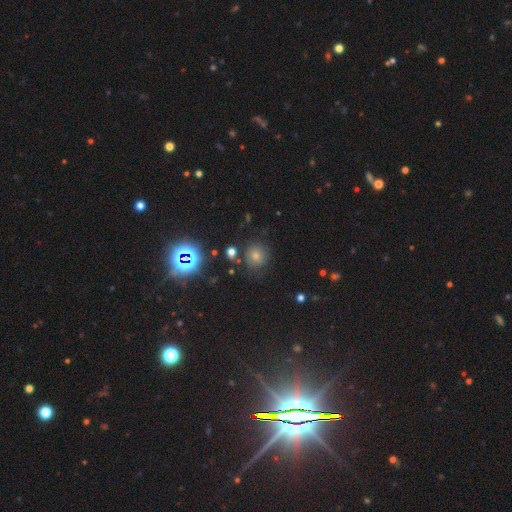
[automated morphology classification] This appears to be a smooth galaxy with no disk features (54%) that is round (90%). Merging: none (83%).